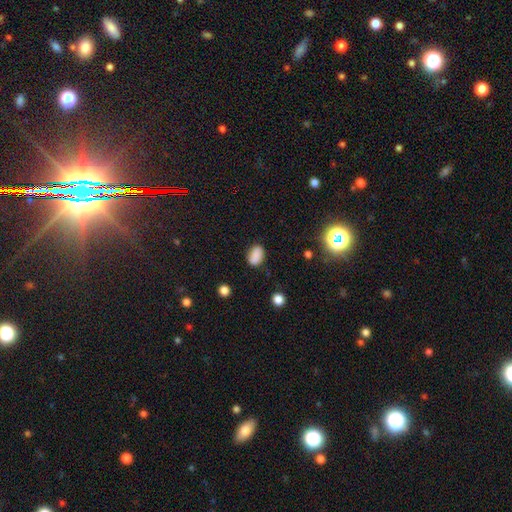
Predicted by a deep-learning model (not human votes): This is clearly a smooth galaxy (83%). How rounded: clearly in between (83%). Merging: likely none (77%).